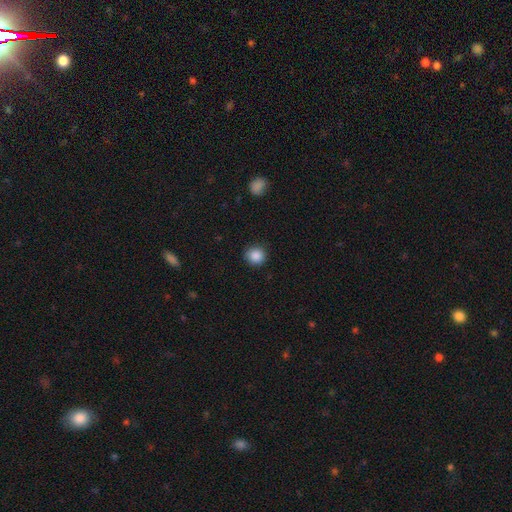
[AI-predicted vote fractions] A smooth galaxy with no disk features (87%) that is round (90%).

Vote fractions:
- Smooth or featured? smooth: 87% / star or artifact: 9% / featured or disk: 3%
- How rounded? round: 90% / in between: 9% / cigar-shaped: 1%
- Merging? none: 88% / minor disturbance: 9% / major disturbance: 2% / merger: 1%